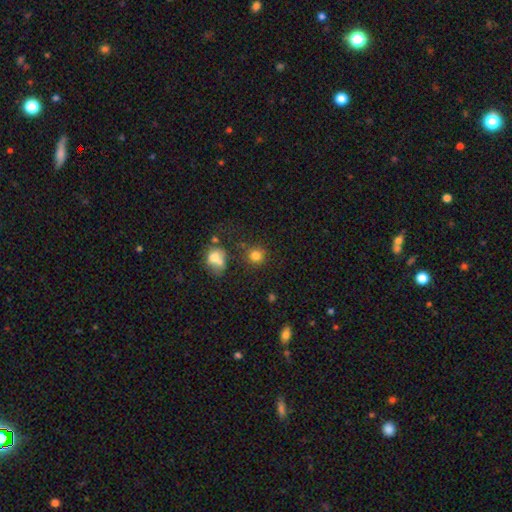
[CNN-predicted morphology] The model was most divided on "merging": none: 75%, minor disturbance: 11%, merger: 10%, major disturbance: 4%. More confident: how rounded — round (88%); smooth or featured — smooth (80%).